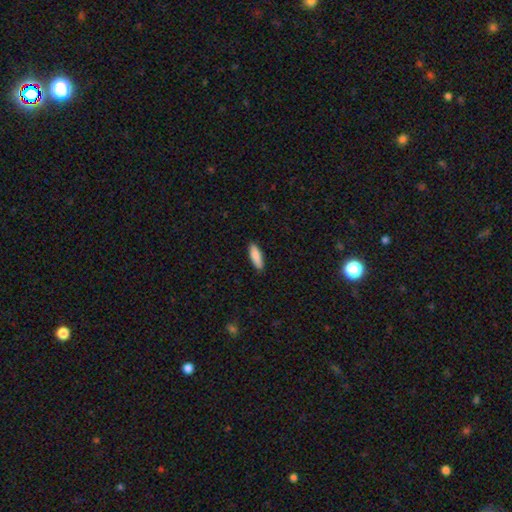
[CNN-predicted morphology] smooth 87%, featured or disk 7%, star or artifact 6%. Down the decision tree: how rounded — cigar-shaped (50%); merging — none (89%).